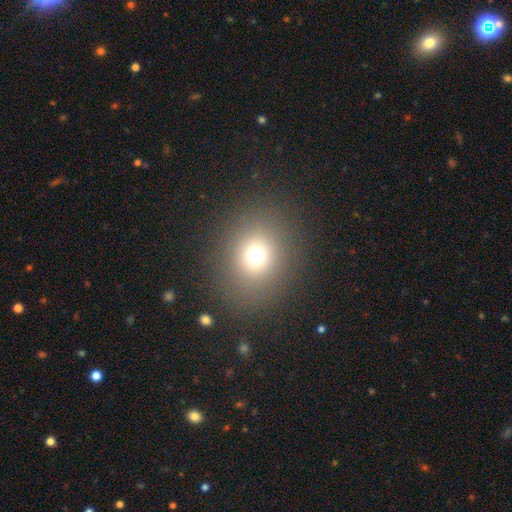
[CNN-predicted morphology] A smooth galaxy with no disk features (68%) that is round (78%). Merging: none (87%).